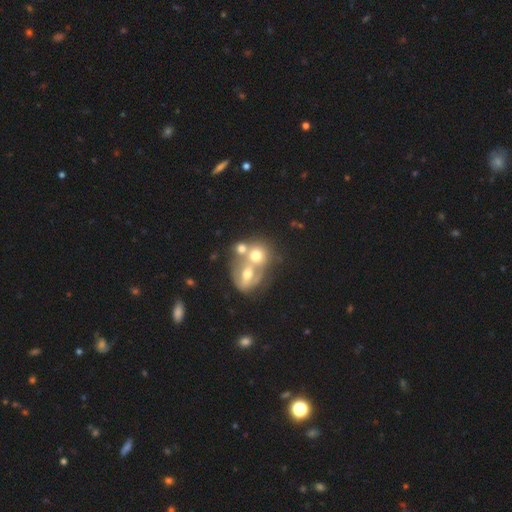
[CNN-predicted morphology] Smooth or featured?
  - smooth: 54% *
  - featured or disk: 34%
  - star or artifact: 12%
How rounded?
  - round: 67% *
  - in between: 32%
  - cigar-shaped: 1%
Merging?
  - merger: 66% *
  - none: 21%
  - minor disturbance: 7%
  - major disturbance: 6%